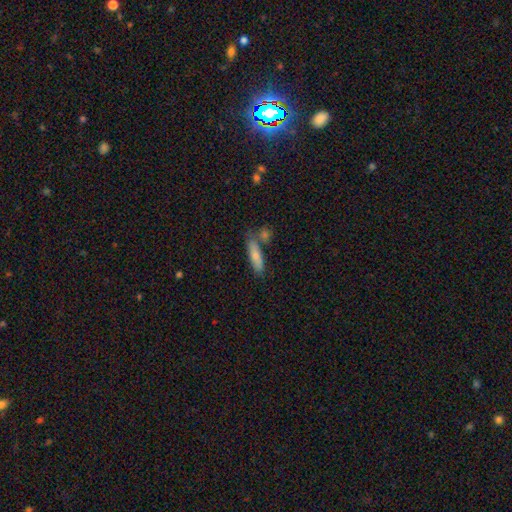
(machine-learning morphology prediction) Smooth or featured: smooth — 77% (featured or disk — 17%)
How rounded: cigar-shaped — 67% (in between — 31%)
Merging: none — 64% (merger — 18%)